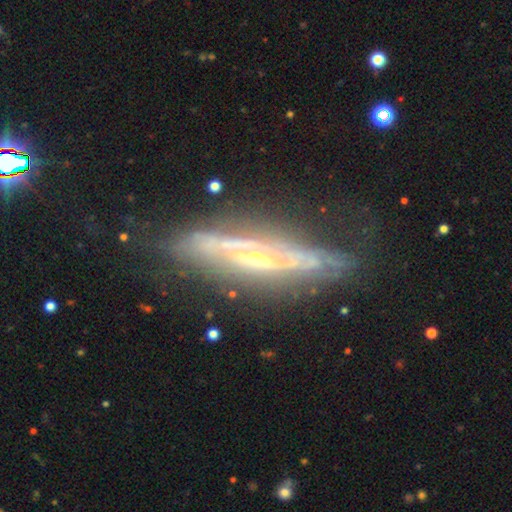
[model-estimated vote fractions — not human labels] Smooth or featured? Predicted: featured or disk (p=0.80). Edge-on disk? Predicted: yes (p=0.62). Merging? Predicted: none (p=0.64).